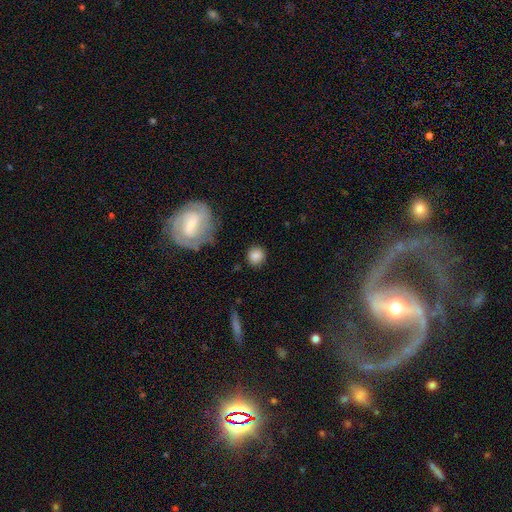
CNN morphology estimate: smooth_or_featured: smooth (p=0.82) [alt: star or artifact p=0.09]
how_rounded: round (p=0.85) [alt: in between p=0.13]
merging: none (p=0.86) [alt: minor disturbance p=0.09]